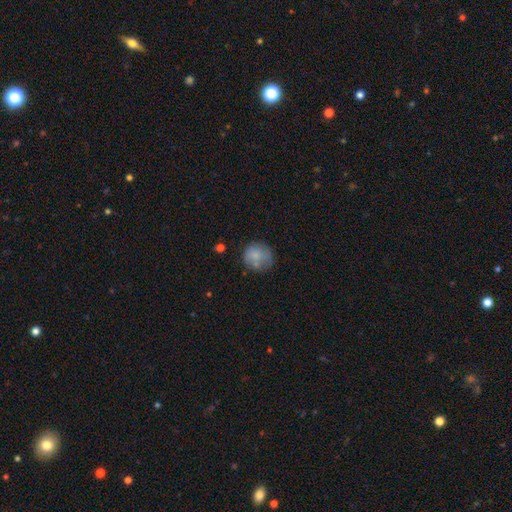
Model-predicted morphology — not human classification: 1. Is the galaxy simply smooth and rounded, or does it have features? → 74% smooth, 17% featured or disk, 8% star or artifact.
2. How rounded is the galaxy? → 86% round, 13% in between, 1% cigar-shaped.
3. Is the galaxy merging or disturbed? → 59% none, 25% minor disturbance, 9% major disturbance, 6% merger.